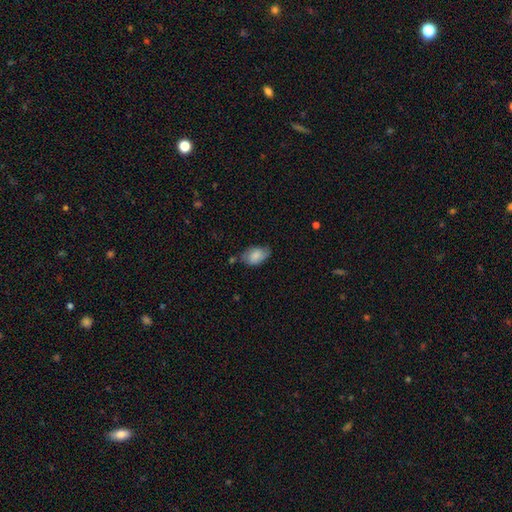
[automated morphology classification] This appears to be a smooth galaxy with no disk features (78%) that is in between round and cigar-shaped (90%). Merging: none (58%).